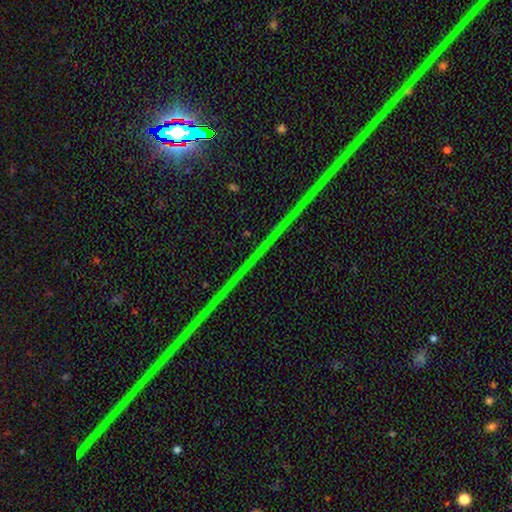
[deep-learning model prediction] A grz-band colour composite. It shows a star or artifact, not a galaxy (83%).